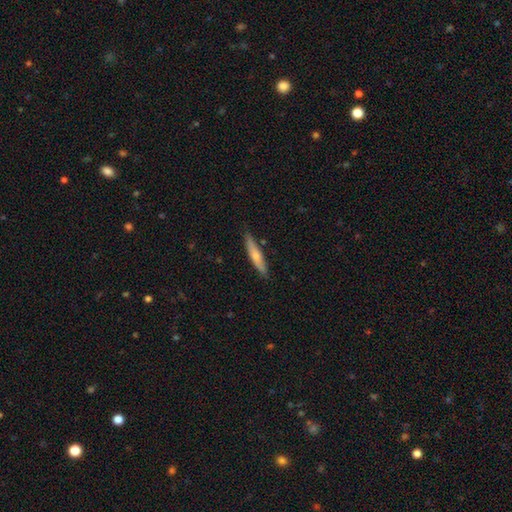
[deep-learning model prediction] Smooth or featured? Predicted: smooth (p=0.61). How rounded? Predicted: cigar-shaped (p=0.89). Merging? Predicted: none (p=0.86).